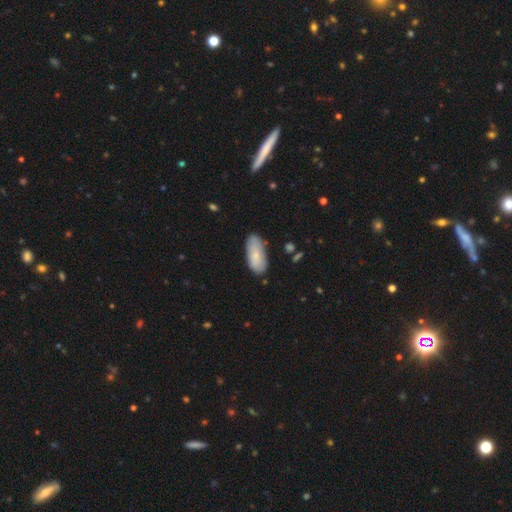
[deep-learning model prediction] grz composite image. It shows a smooth galaxy with no disk features (76%) that is in between round and cigar-shaped (84%). Merging: none (73%).